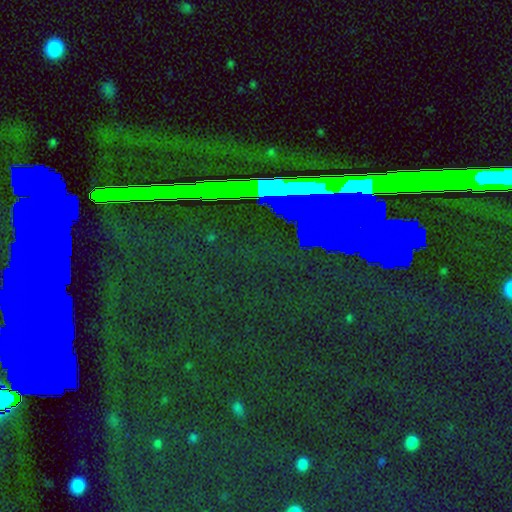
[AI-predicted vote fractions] Smooth or featured? Predicted: star or artifact (p=0.84).